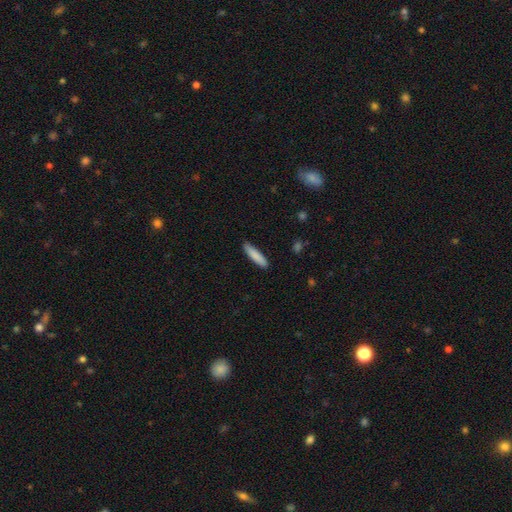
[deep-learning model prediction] smooth_or_featured: smooth (p=0.85) [alt: featured or disk p=0.09]
how_rounded: cigar-shaped (p=0.82) [alt: in between p=0.17]
merging: none (p=0.86) [alt: minor disturbance p=0.11]